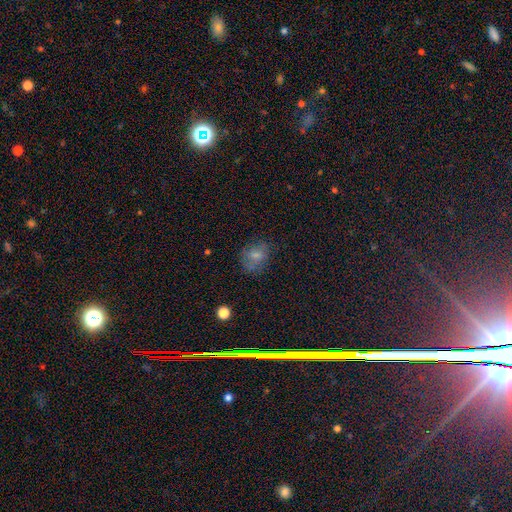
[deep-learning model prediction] This appears to be a smooth galaxy with no disk features (73%) that is round (50%). Merging: none (67%).